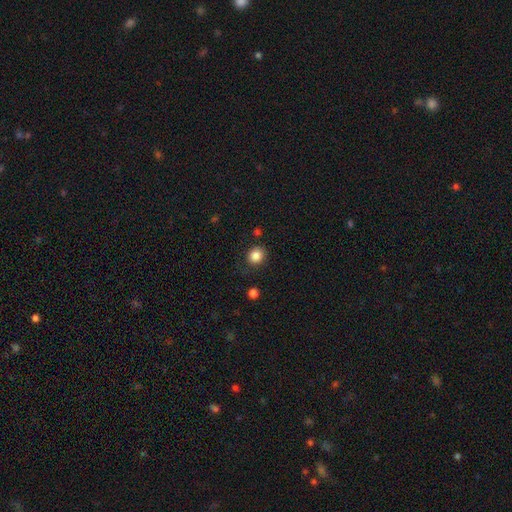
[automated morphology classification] type=smooth (85%); roundness=round (82%); merging=none (82%).